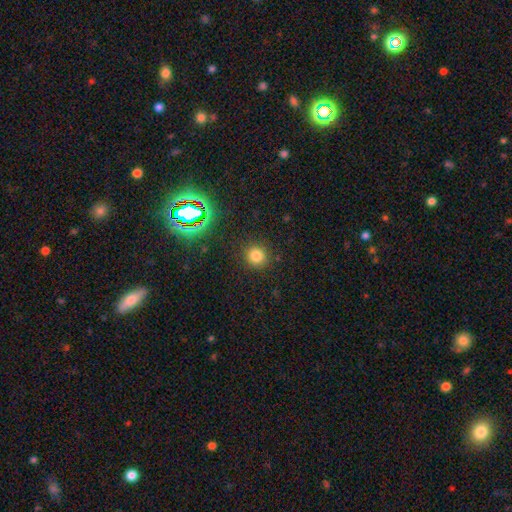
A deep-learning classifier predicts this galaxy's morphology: Smooth or featured: smooth — 78% (star or artifact — 17%)
How rounded: round — 90% (in between — 9%)
Merging: none — 89% (minor disturbance — 7%)